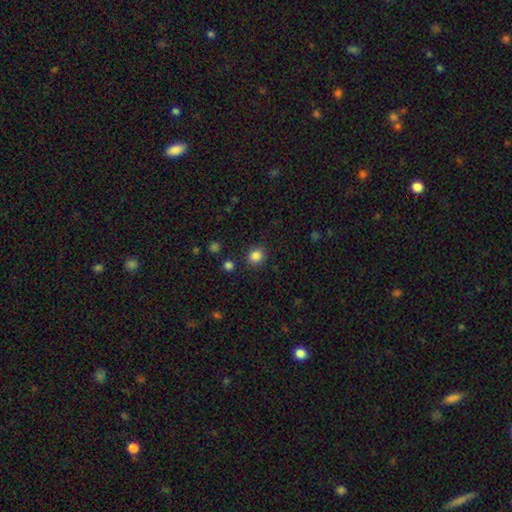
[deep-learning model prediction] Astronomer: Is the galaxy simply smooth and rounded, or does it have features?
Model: smooth — 85%.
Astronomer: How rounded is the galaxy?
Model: round — 78%.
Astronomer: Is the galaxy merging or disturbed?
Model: none — 87%.